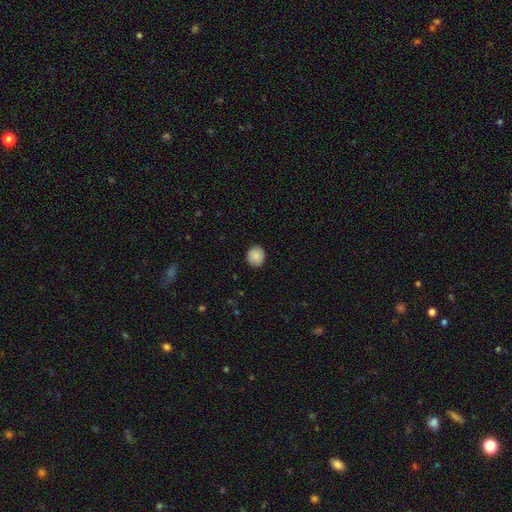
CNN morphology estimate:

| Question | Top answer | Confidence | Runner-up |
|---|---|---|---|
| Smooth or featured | smooth | 88% | star or artifact (8%) |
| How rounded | round | 86% | in between (13%) |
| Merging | none | 90% | minor disturbance (8%) |